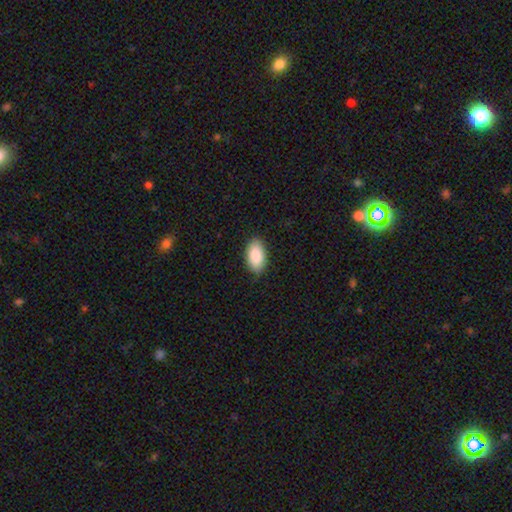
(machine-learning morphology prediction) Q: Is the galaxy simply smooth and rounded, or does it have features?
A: smooth — 89%.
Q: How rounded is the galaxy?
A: in between — 95%.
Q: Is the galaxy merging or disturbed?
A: none — 87%.